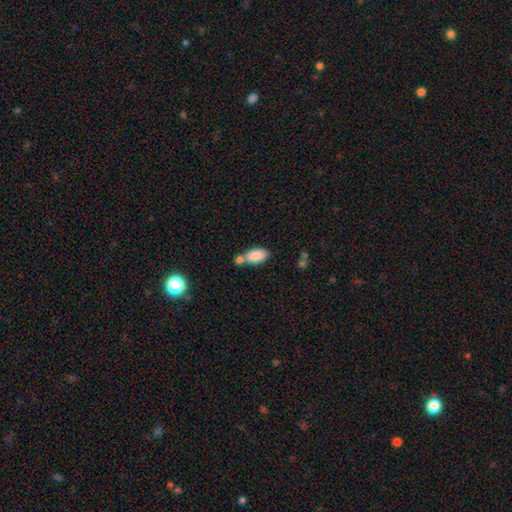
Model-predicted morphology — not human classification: smooth-or-featured: smooth: 86% | star or artifact: 7% | featured or disk: 7%
  how-rounded: in between: 92% | cigar-shaped: 4% | round: 3%
  merging: none: 54% | merger: 27% | minor disturbance: 14% | major disturbance: 4%